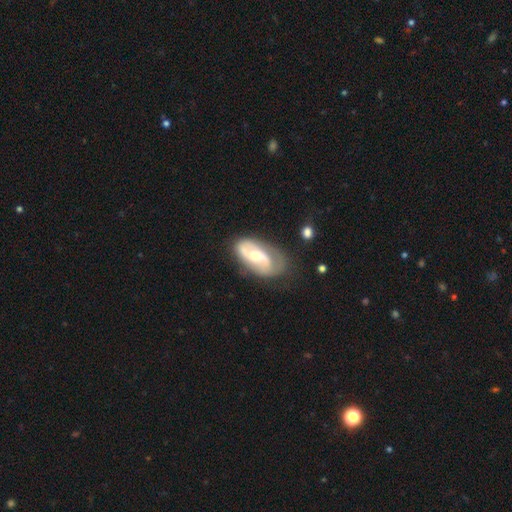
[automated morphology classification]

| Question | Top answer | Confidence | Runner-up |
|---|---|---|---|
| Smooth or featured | featured or disk | 79% | smooth (16%) |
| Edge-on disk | no | 96% | yes (4%) |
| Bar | weak | 42% | no (39%) |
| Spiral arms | yes | 91% | no (9%) |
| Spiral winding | medium | 46% | loose (29%) |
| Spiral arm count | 2 | 82% | can't tell (8%) |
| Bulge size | moderate | 64% | small (22%) |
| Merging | none | 64% | minor disturbance (22%) |